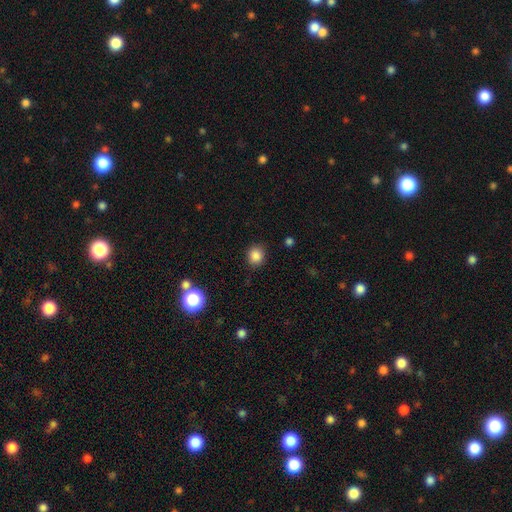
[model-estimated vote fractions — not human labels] Q: Smooth or featured?
A: smooth (85%); runner-up: star or artifact (11%)
Q: How rounded?
A: round (76%); runner-up: in between (23%)
Q: Merging?
A: none (86%); runner-up: minor disturbance (10%)